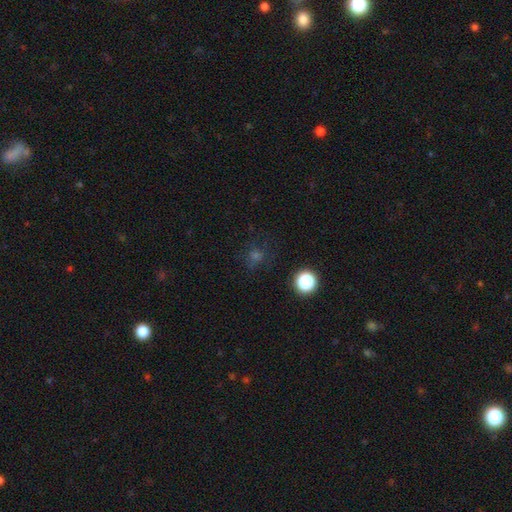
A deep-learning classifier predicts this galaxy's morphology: type=smooth (51%); roundness=round (87%); merging=none (80%).